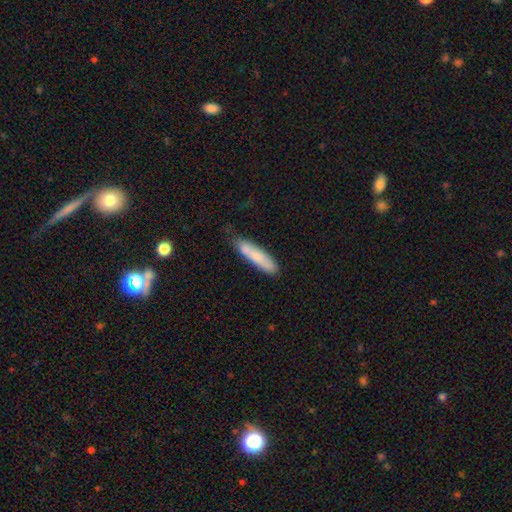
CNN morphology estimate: smooth 75%, featured or disk 19%, star or artifact 6%. Down the decision tree: how rounded — cigar-shaped (82%); merging — none (69%).